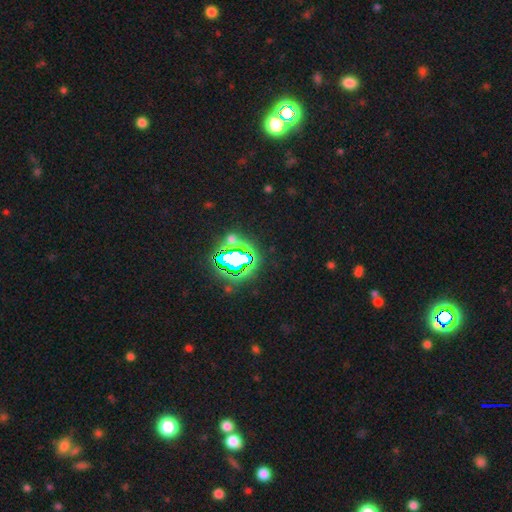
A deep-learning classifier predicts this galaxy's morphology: Smooth or featured: star or artifact — 82% (smooth — 11%)